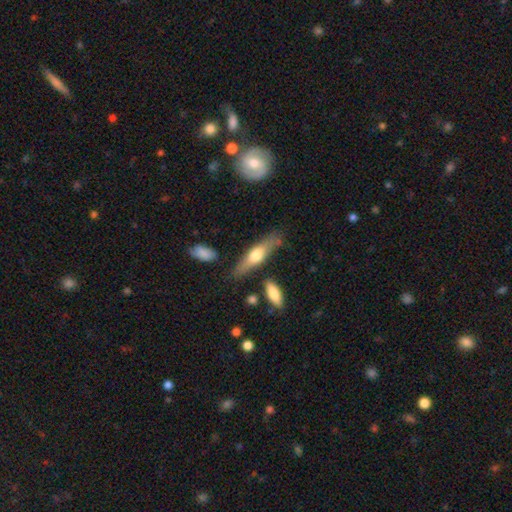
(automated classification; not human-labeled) Smooth or featured? smooth (51%)
How rounded? cigar-shaped (64%)
Merging? none (73%)